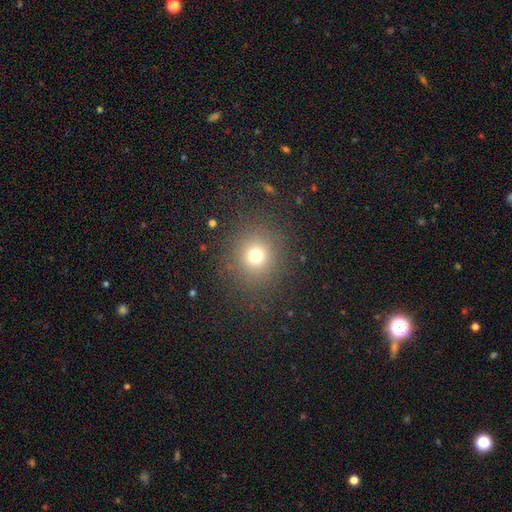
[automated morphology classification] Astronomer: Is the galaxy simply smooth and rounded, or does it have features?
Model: smooth — 72%.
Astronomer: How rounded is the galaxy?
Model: round — 89%.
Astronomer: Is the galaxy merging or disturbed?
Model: none — 86%.